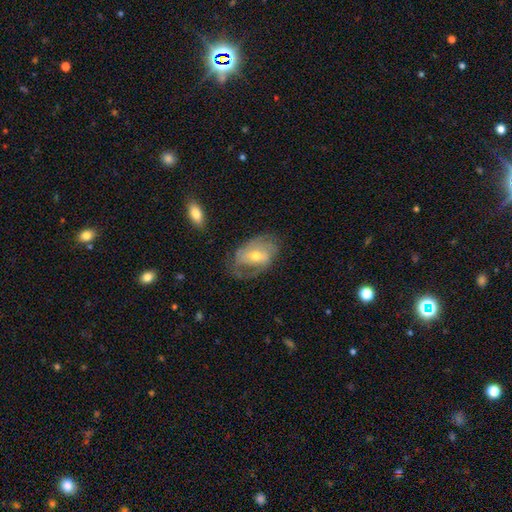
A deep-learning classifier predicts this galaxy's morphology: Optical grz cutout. It shows a featured or disk galaxy (70%) with no bar (42%), 2 (50%) medium (42%) spiral arms (82%) and a moderate central bulge (56%). Merging: none (57%).